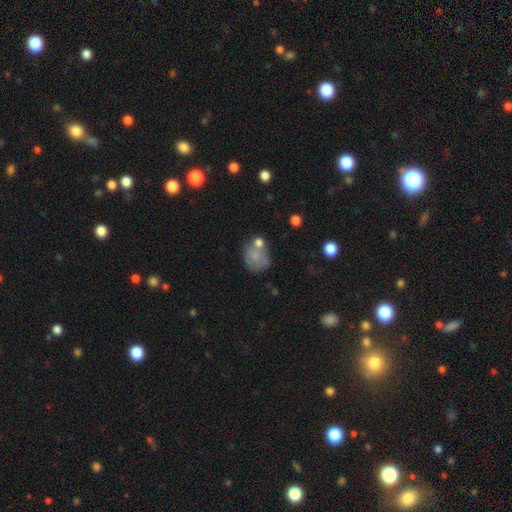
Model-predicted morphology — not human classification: Q: Smooth or featured?
A: smooth (70%); runner-up: featured or disk (21%)
Q: How rounded?
A: round (60%); runner-up: in between (39%)
Q: Merging?
A: none (44%); runner-up: merger (24%)